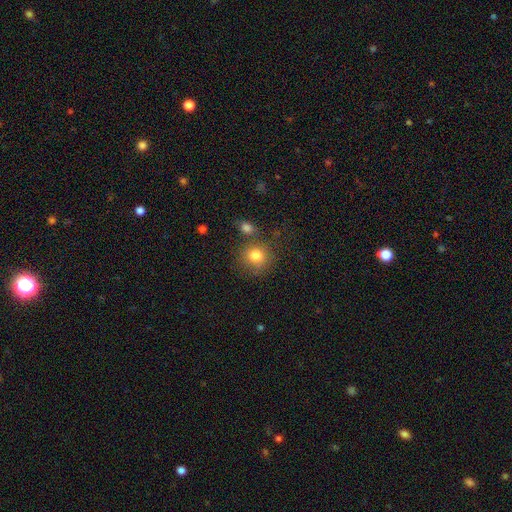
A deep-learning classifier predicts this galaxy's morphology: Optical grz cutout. It shows a smooth galaxy with no disk features (81%) that is round (85%). Merging: none (72%).